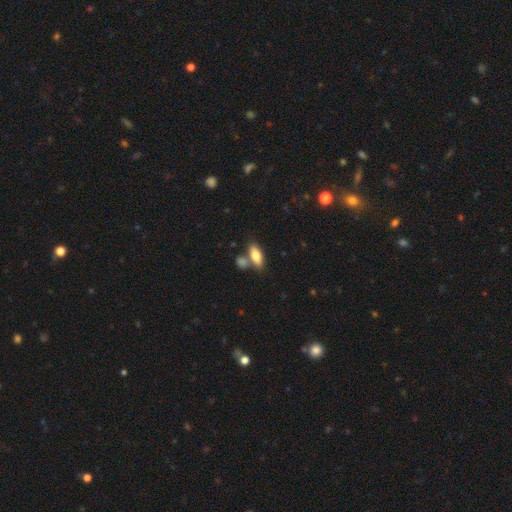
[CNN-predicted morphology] This is likely a smooth galaxy (76%). How rounded: likely in between (79%). Merging: likely none (63%).